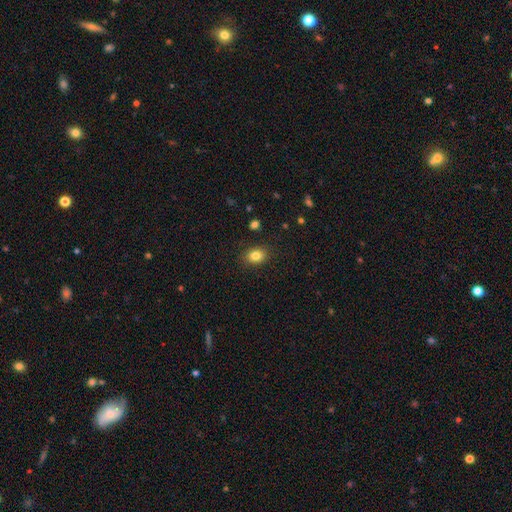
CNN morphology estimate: Overall: smooth (83%). How rounded: in between (62%; round 37%). Merging: none (87%).